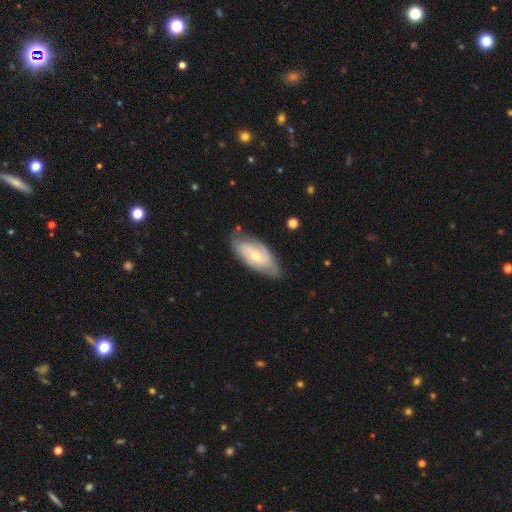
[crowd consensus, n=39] Smooth or featured? featured or disk (69%)
Edge-on disk? no (89%)
Bar? no (46%)
Spiral arms? yes (88%)
Spiral winding? medium (52%)
Spiral arm count? 2 (71%)
Bulge size? moderate (62%)
Merging? none (76%)